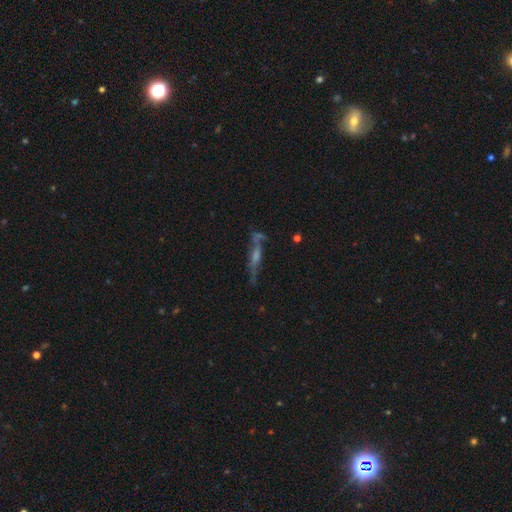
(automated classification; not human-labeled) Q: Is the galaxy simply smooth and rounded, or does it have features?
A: featured or disk — 64%.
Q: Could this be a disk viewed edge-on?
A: yes — 78%.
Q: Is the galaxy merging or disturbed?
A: none — 60%.